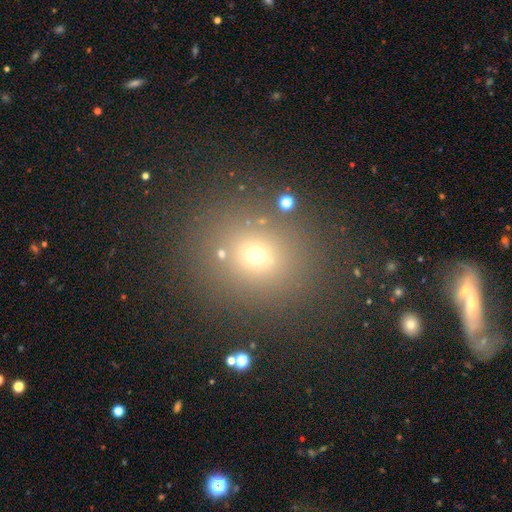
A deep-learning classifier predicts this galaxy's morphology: type=smooth (61%); roundness=round (77%); merging=none (82%).